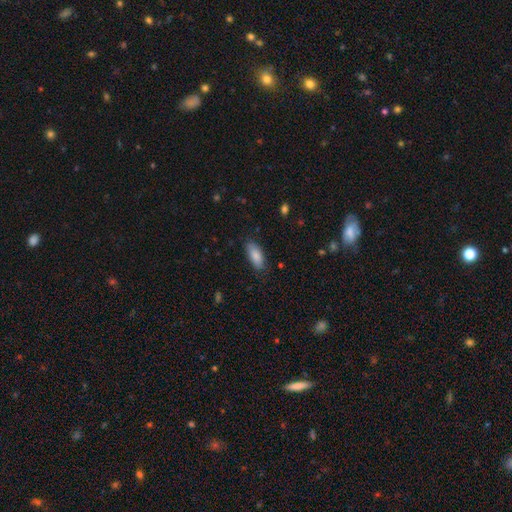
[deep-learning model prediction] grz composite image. It shows a smooth galaxy with no disk features (86%) that is in between round and cigar-shaped (83%). Merging: none (81%).